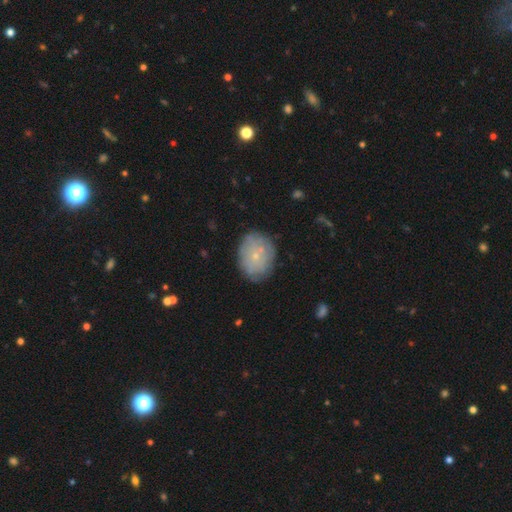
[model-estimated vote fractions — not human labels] smooth-or-featured: smooth: 62% | featured or disk: 30% | star or artifact: 8%
  how-rounded: in between: 62% | round: 37% | cigar-shaped: 1%
  merging: none: 77% | minor disturbance: 16% | major disturbance: 4% | merger: 3%